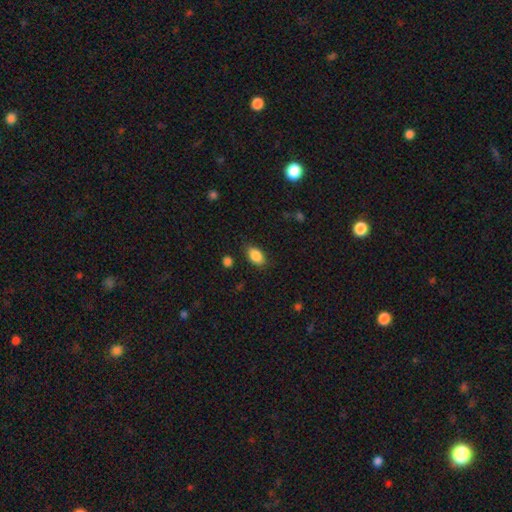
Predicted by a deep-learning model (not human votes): Morphology: type=smooth (87%); roundness=in between (89%); merging=none (82%).